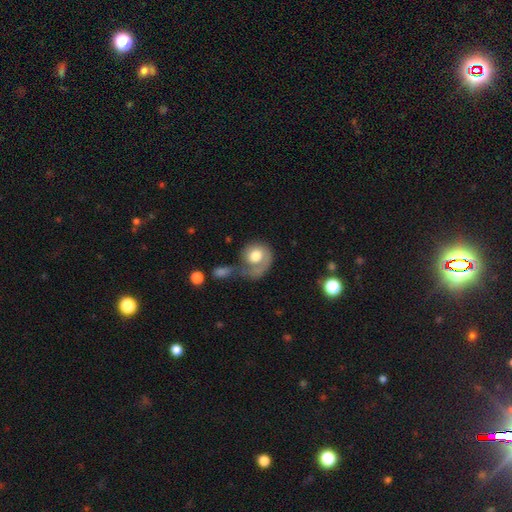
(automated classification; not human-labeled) smooth-or-featured: smooth: 53% | featured or disk: 41% | star or artifact: 6%
  how-rounded: round: 74% | in between: 25% | cigar-shaped: 1%
  merging: major disturbance: 32% | none: 28% | merger: 26% | minor disturbance: 15%